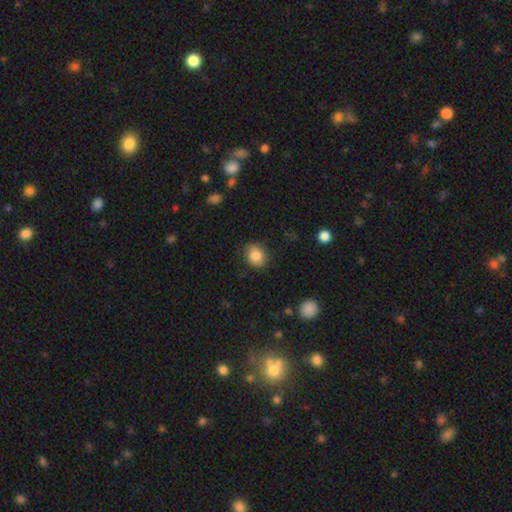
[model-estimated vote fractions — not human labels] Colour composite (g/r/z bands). It shows a smooth galaxy with no disk features (85%) that is round (65%). Merging: none (85%).